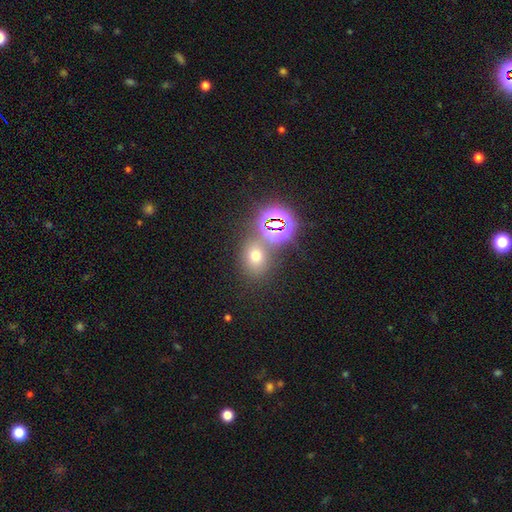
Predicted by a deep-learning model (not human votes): A smooth galaxy with no disk features (57%) that is round (57%). Merging: none (68%).